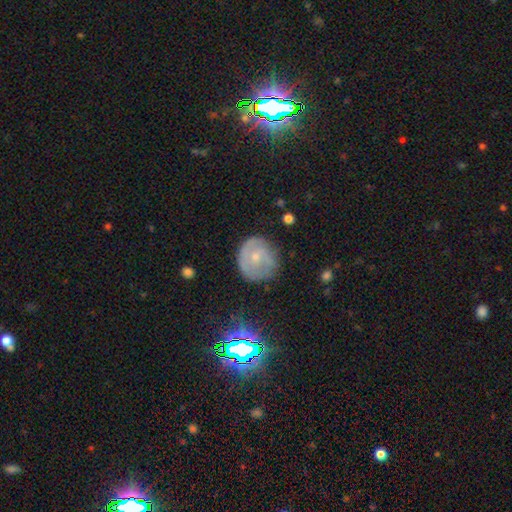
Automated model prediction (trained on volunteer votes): A featured or disk galaxy (53%) with no bar (71%), spiral arms (72%) and a small central bulge (65%).

Vote fractions:
- Smooth or featured? featured or disk: 53% / smooth: 36% / star or artifact: 11%
- Edge-on disk? no: 97% / yes: 3%
- Bar? no: 71% / weak: 25% / strong: 5%
- Spiral arms? yes: 72% / no: 28%
- Bulge size? small: 65% / moderate: 28% / none: 5% / large: 1% / dominant: 1%
- Merging? none: 68% / minor disturbance: 22% / major disturbance: 8% / merger: 2%